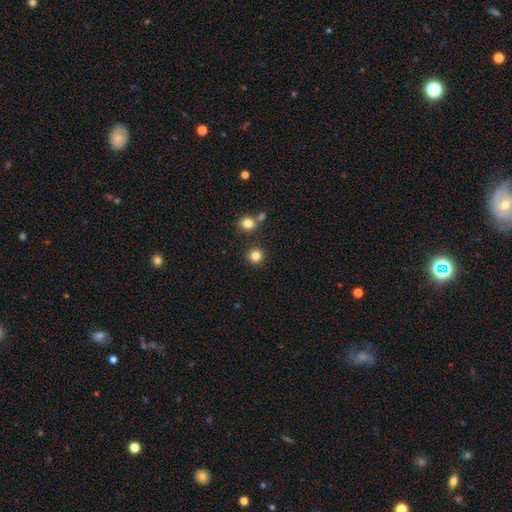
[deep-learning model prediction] This is clearly a smooth galaxy (83%). How rounded: clearly round (94%). Merging: clearly none (87%).